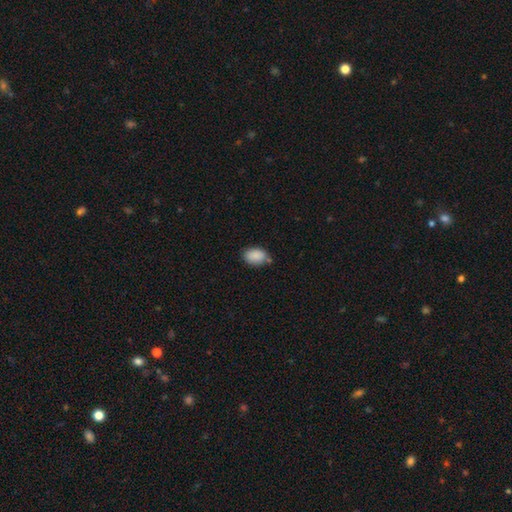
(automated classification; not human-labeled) Smooth or featured?
  - smooth: 88% *
  - star or artifact: 7%
  - featured or disk: 4%
How rounded?
  - in between: 83% *
  - round: 16%
  - cigar-shaped: 1%
Merging?
  - none: 69% *
  - minor disturbance: 21%
  - merger: 7%
  - major disturbance: 4%